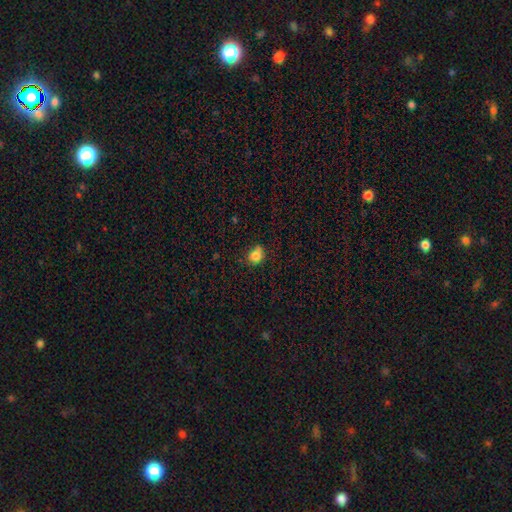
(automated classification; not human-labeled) Morphology: type=smooth (82%); roundness=round (67%); merging=none (61%).